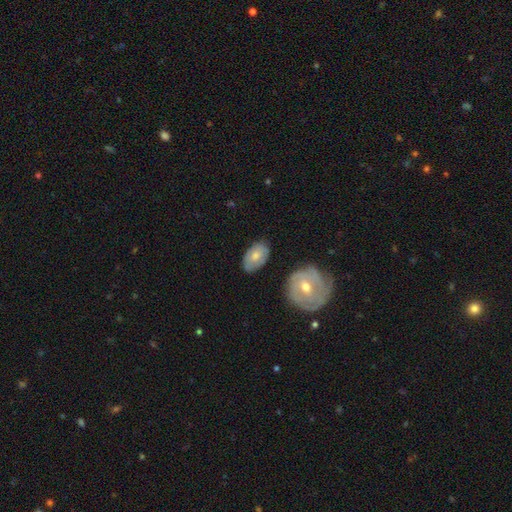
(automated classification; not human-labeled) Overall: smooth (66%; featured or disk 28%). How rounded: in between (90%). Merging: none (74%).